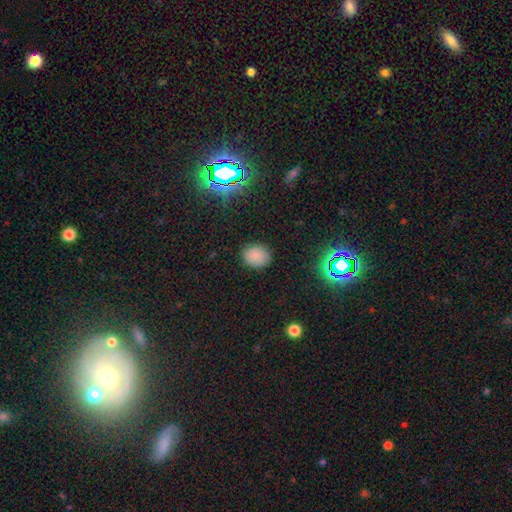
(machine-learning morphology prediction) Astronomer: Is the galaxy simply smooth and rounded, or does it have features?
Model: smooth — 81%.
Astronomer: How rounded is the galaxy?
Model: round — 56% (runner-up: in between, 43%).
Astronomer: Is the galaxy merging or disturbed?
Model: none — 87%.